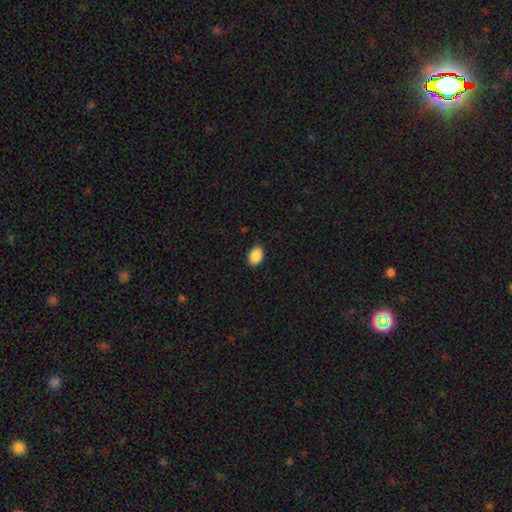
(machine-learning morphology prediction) smooth_or_featured: smooth (p=0.89) [alt: star or artifact p=0.07]
how_rounded: in between (p=0.85) [alt: round p=0.14]
merging: none (p=0.87) [alt: minor disturbance p=0.10]